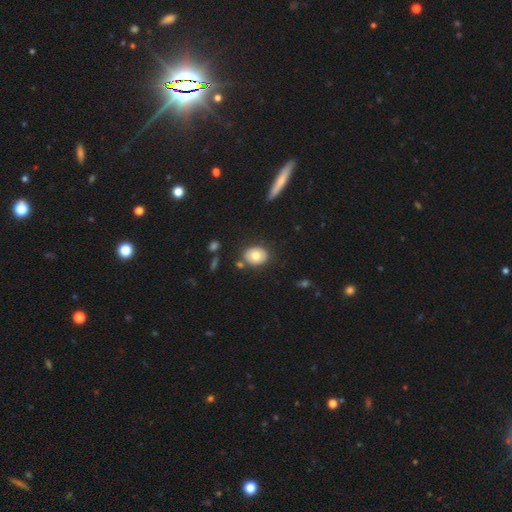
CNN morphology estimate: type=smooth (72%); roundness=round (51%); merging=none (80%).